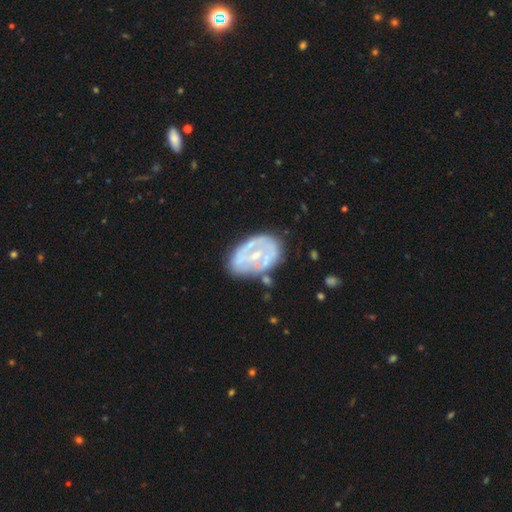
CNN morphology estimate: This appears to be a featured or disk galaxy (67%) with no bar (54%), no spiral arms (63%) and a small central bulge (59%). Merging: none (54%).